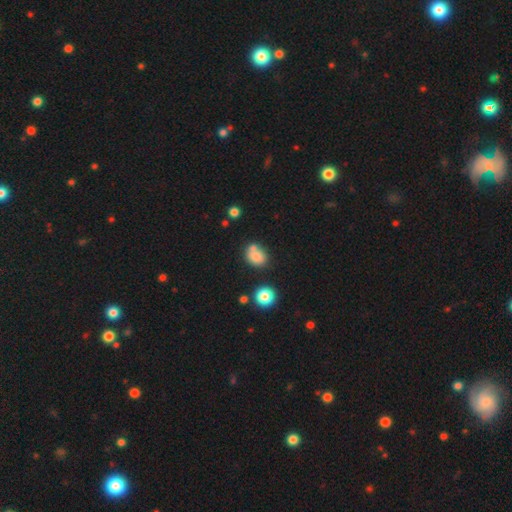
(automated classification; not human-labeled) Overall: smooth (77%). How rounded: round (53%; in between 46%). Merging: none (51%; merger 31%).